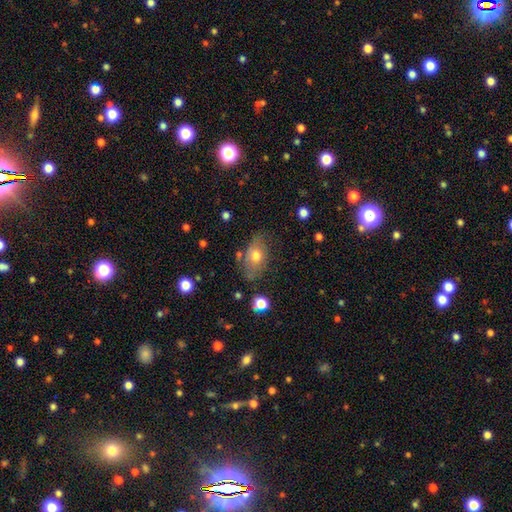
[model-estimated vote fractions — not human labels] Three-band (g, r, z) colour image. It shows a smooth galaxy with no disk features (68%) that is in between round and cigar-shaped (83%). Merging: none (63%).